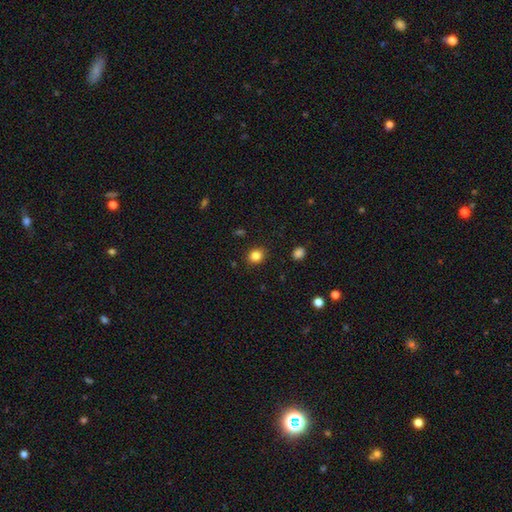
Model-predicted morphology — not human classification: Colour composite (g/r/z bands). It shows a smooth galaxy with no disk features (84%) that is round (66%). Merging: none (89%).